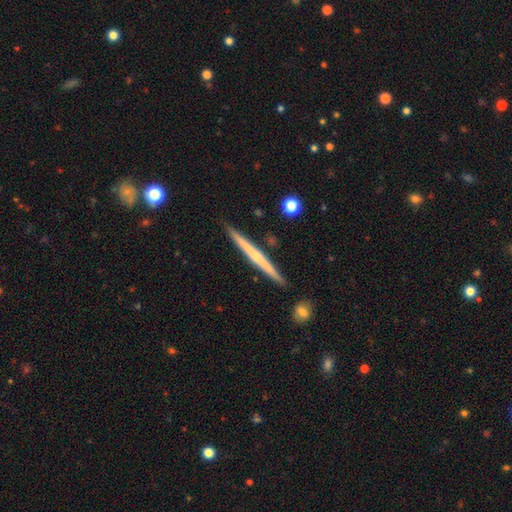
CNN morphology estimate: The model was most divided on "edge-on bulge": none: 55%, rounded: 39%, boxy: 6%. More confident: edge-on disk — yes (98%); merging — none (90%); smooth or featured — featured or disk (62%).